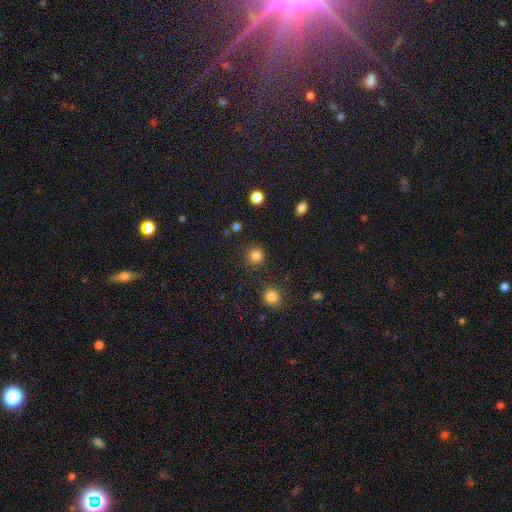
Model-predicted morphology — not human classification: Overall: smooth (83%). How rounded: round (93%). Merging: none (87%).